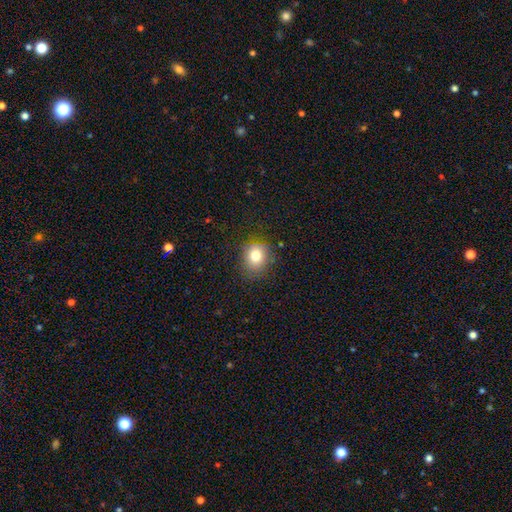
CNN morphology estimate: Q: Smooth or featured?
A: smooth (79%); runner-up: star or artifact (12%)
Q: How rounded?
A: round (69%); runner-up: in between (30%)
Q: Merging?
A: none (80%); runner-up: minor disturbance (15%)